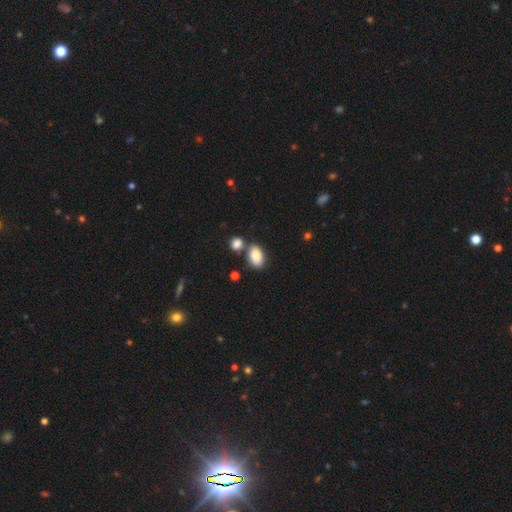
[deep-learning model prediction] Smooth or featured: smooth — 85% (star or artifact — 8%)
How rounded: in between — 90% (round — 8%)
Merging: none — 64% (merger — 20%)